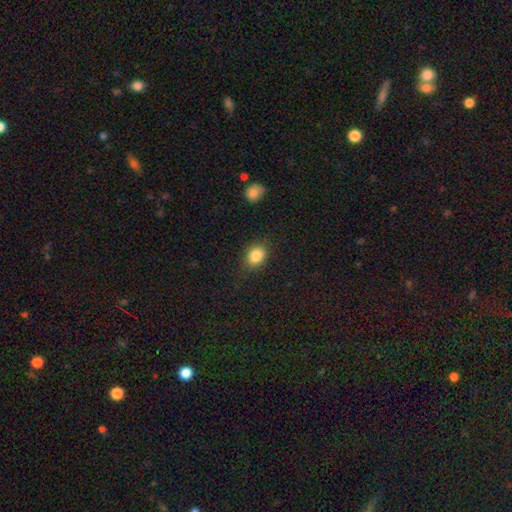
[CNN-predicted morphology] Smooth or featured? smooth (84%)
How rounded? in between (60%)
Merging? none (82%)